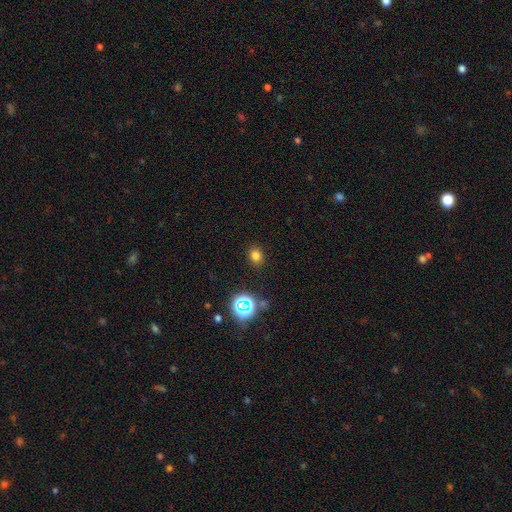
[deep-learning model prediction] Overall: smooth (75%). How rounded: round (54%; in between 45%). Merging: none (87%).